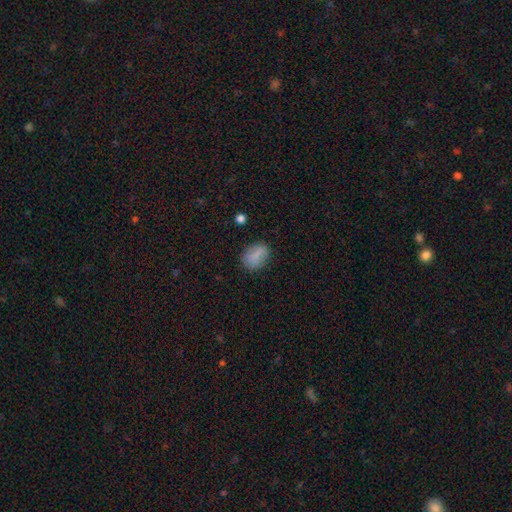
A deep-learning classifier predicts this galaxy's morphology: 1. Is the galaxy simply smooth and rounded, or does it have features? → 82% smooth, 9% star or artifact, 8% featured or disk.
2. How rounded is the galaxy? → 71% in between, 27% round, 2% cigar-shaped.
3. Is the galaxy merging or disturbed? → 77% none, 16% minor disturbance, 5% major disturbance, 2% merger.